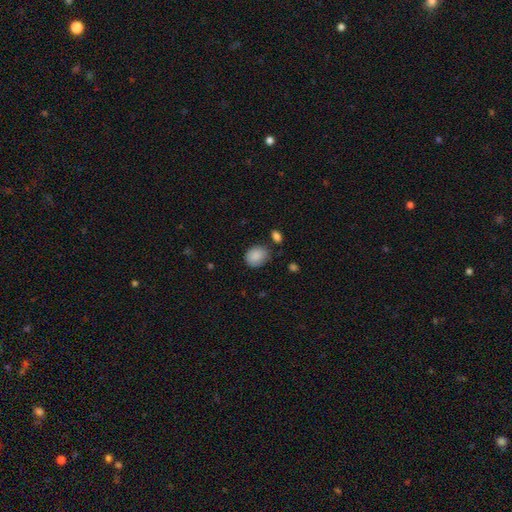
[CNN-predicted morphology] type=smooth (88%); roundness=round (52%); merging=none (69%).